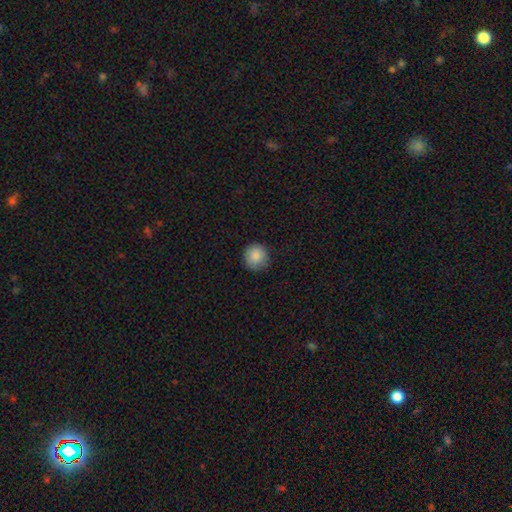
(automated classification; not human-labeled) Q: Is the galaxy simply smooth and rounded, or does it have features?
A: smooth — 87%.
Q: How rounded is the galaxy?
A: round — 94%.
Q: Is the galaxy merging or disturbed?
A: none — 87%.